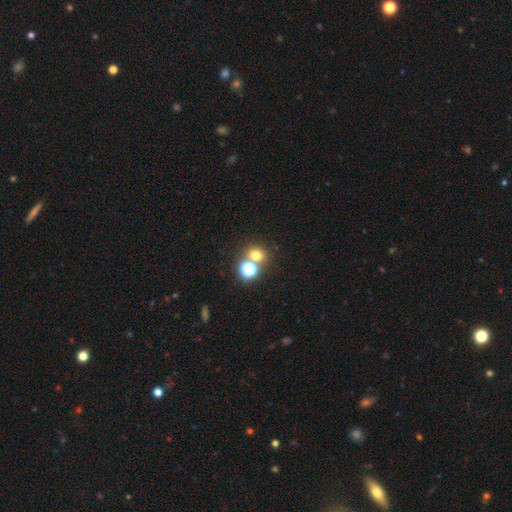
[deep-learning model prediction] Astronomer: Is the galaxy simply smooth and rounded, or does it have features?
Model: smooth — 68%.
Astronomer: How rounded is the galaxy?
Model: round — 79%.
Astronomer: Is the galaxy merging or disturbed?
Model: none — 63%.